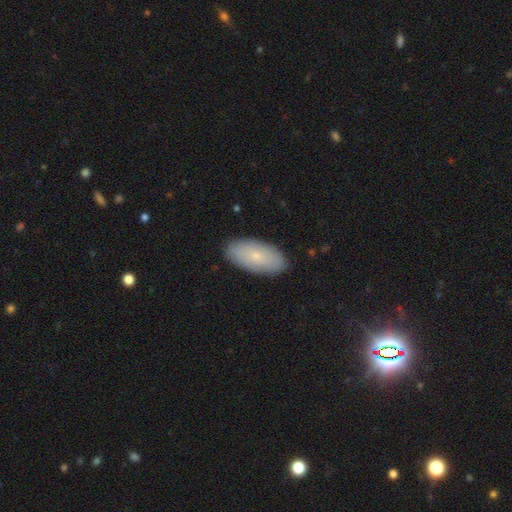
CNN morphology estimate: Overall: smooth (72%). How rounded: in between (91%). Merging: none (88%).